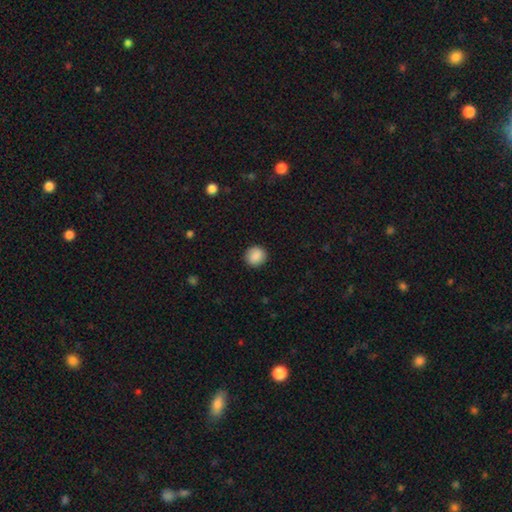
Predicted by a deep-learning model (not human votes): Smooth or featured? smooth (88%)
How rounded? round (91%)
Merging? none (91%)